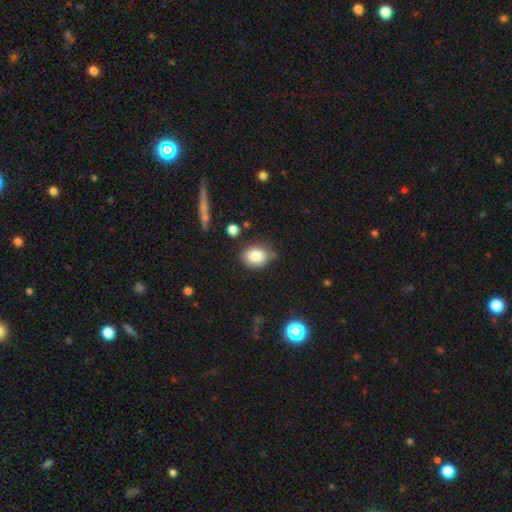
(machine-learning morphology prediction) This is clearly a smooth galaxy (84%). How rounded: possibly in between (60%). Merging: likely none (71%).